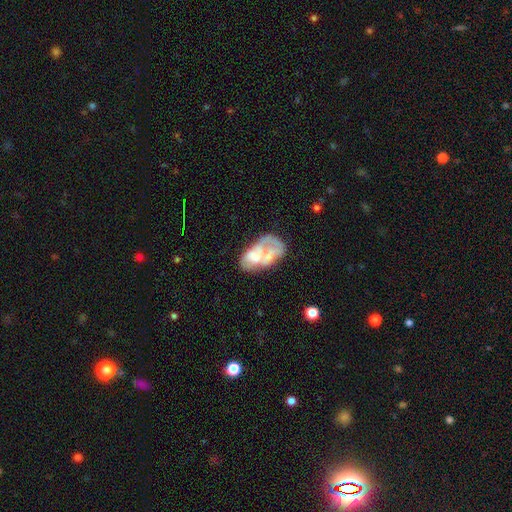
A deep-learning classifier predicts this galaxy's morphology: This appears to be a featured or disk galaxy (54%) with no bar (86%), no spiral arms (81%) and no central bulge (35%). Merging: merger (31%).